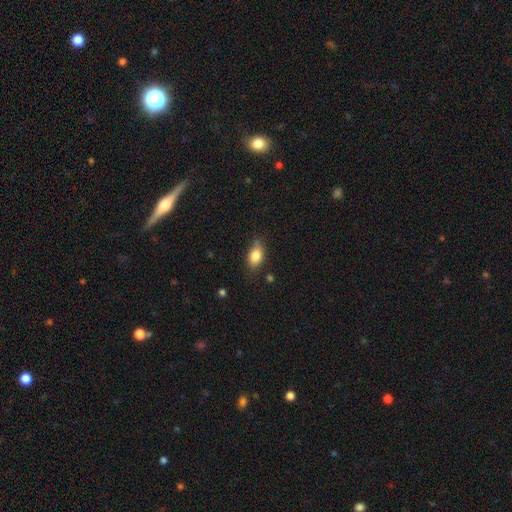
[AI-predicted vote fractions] Q: Smooth or featured?
A: smooth (81%); runner-up: featured or disk (11%)
Q: How rounded?
A: in between (85%); runner-up: round (11%)
Q: Merging?
A: none (71%); runner-up: minor disturbance (23%)